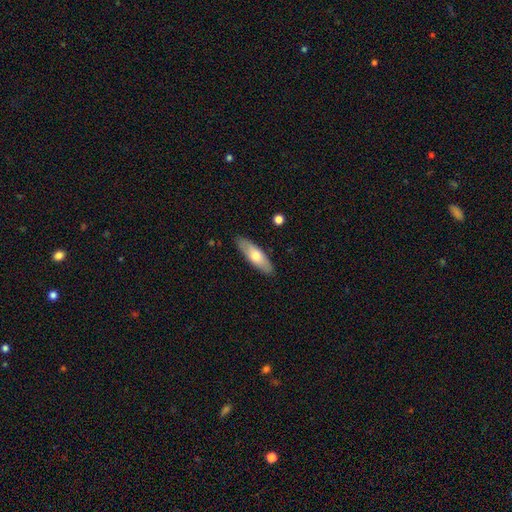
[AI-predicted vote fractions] smooth-or-featured: smooth: 64% | featured or disk: 30% | star or artifact: 5%
  how-rounded: in between: 52% | cigar-shaped: 46% | round: 2%
  merging: none: 87% | minor disturbance: 9% | major disturbance: 2% | merger: 1%